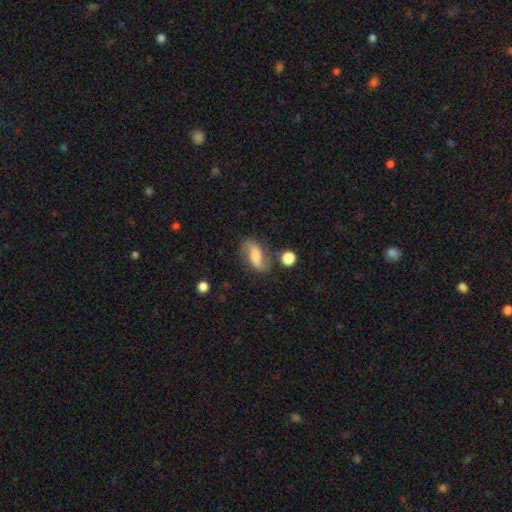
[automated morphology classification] smooth_or_featured: featured or disk (p=0.52) [alt: smooth p=0.39]
disk_edge_on: no (p=0.92) [alt: yes p=0.08]
merging: none (p=0.64) [alt: minor disturbance p=0.20]